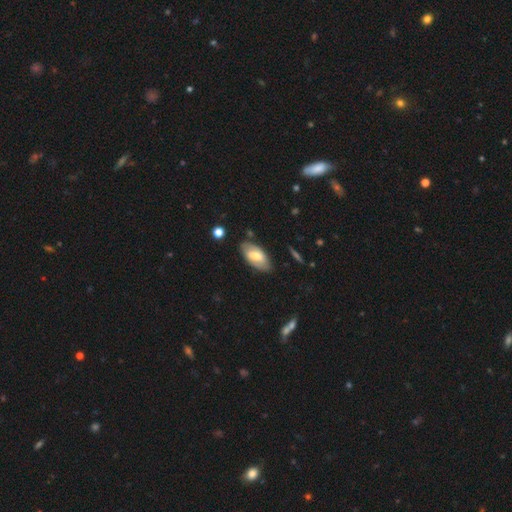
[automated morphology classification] smooth-or-featured: smooth: 55% | featured or disk: 38% | star or artifact: 6%
  how-rounded: in between: 92% | cigar-shaped: 5% | round: 3%
  merging: none: 80% | minor disturbance: 15% | major disturbance: 3% | merger: 2%